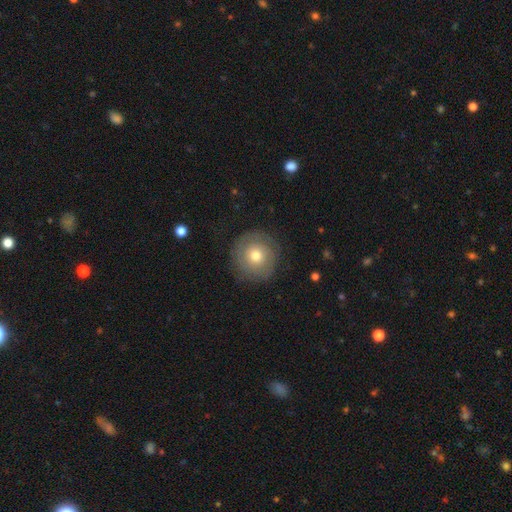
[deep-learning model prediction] smooth 52%, featured or disk 39%, star or artifact 8%. Down the decision tree: how rounded — round (94%); merging — none (84%).